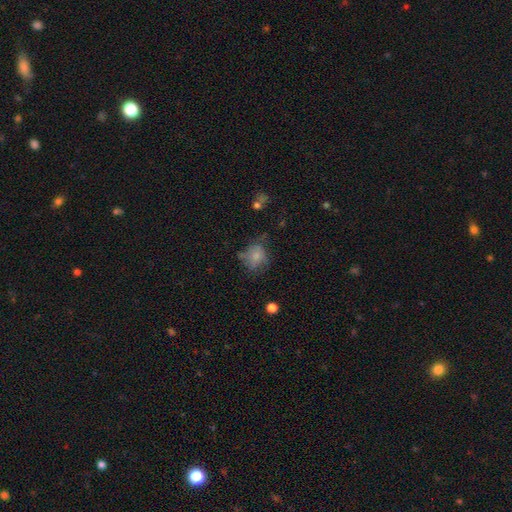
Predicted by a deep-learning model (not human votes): A smooth galaxy with no disk features (71%) that is round (61%).

Vote fractions:
- Smooth or featured? smooth: 71% / featured or disk: 17% / star or artifact: 11%
- How rounded? round: 61% / in between: 38% / cigar-shaped: 1%
- Merging? none: 45% / minor disturbance: 30% / major disturbance: 20% / merger: 5%